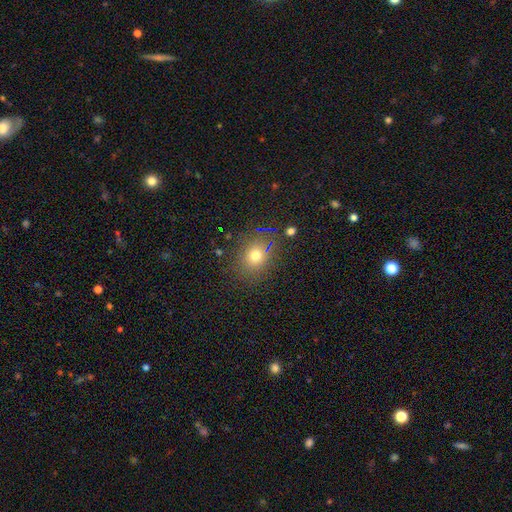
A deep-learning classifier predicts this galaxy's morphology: smooth 71%, star or artifact 19%, featured or disk 9%. Down the decision tree: how rounded — round (68%); merging — none (84%).